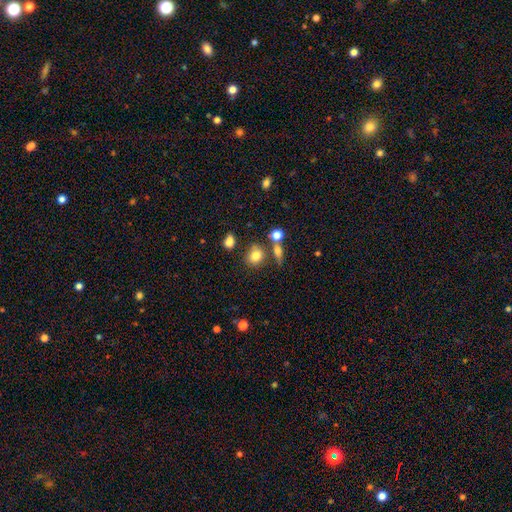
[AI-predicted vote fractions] smooth 78%, star or artifact 12%, featured or disk 10%. Down the decision tree: how rounded — round (57%); merging — none (64%).